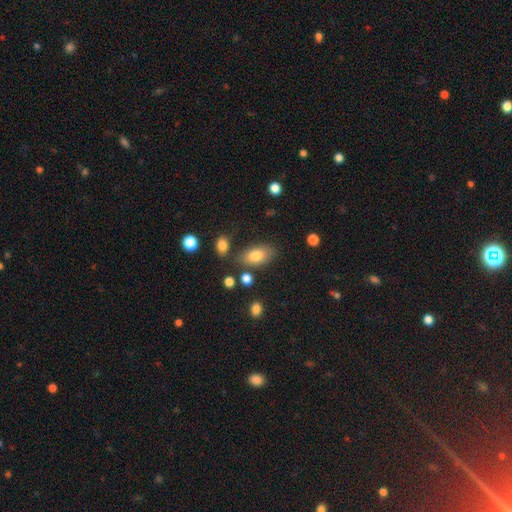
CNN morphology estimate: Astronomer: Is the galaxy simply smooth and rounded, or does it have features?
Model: smooth — 80%.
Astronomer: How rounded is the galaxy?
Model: in between — 90%.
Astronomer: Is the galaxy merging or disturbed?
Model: none — 75%.